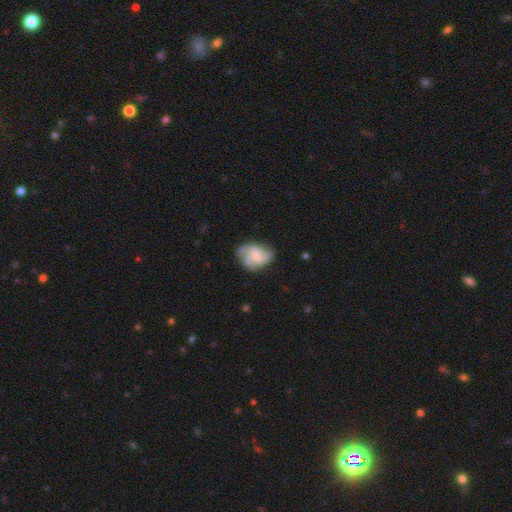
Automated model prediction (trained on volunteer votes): smooth-or-featured: featured or disk: 75% | smooth: 19% | star or artifact: 7%
  disk-edge-on: no: 98% | yes: 2%
    bar: no: 60% | weak: 34% | strong: 6%
    has-spiral-arms: yes: 95% | no: 5%
      spiral-winding: medium: 51% | loose: 26% | tight: 23%
      spiral-arm-count: 3: 61% | 4: 15% | 2: 10% | can't tell: 8% | 1: 3% | more than 4: 3%
    bulge-size: small: 39% | moderate: 34% | none: 20% | large: 5% | dominant: 1%
  merging: none: 68% | minor disturbance: 20% | major disturbance: 10% | merger: 2%